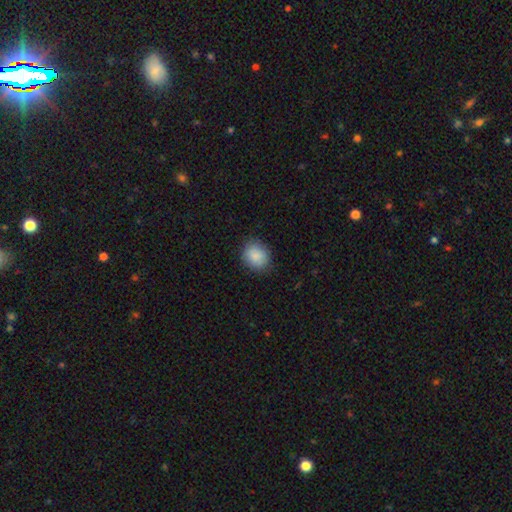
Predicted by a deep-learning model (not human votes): smooth_or_featured: smooth (p=0.88) [alt: star or artifact p=0.08]
how_rounded: round (p=0.69) [alt: in between p=0.31]
merging: none (p=0.84) [alt: minor disturbance p=0.12]